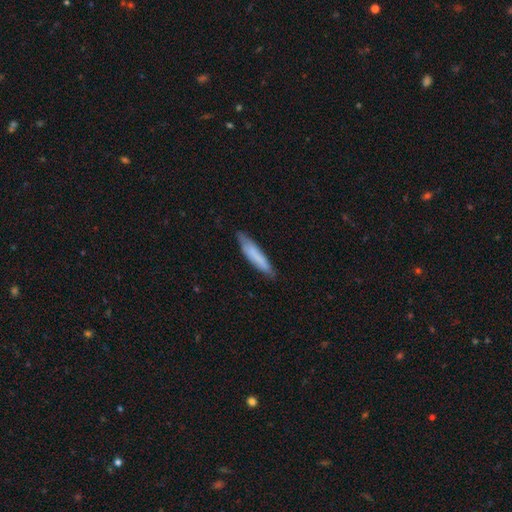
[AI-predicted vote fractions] Q: Smooth or featured?
A: smooth (73%); runner-up: featured or disk (21%)
Q: How rounded?
A: cigar-shaped (84%); runner-up: in between (15%)
Q: Merging?
A: none (79%); runner-up: minor disturbance (17%)